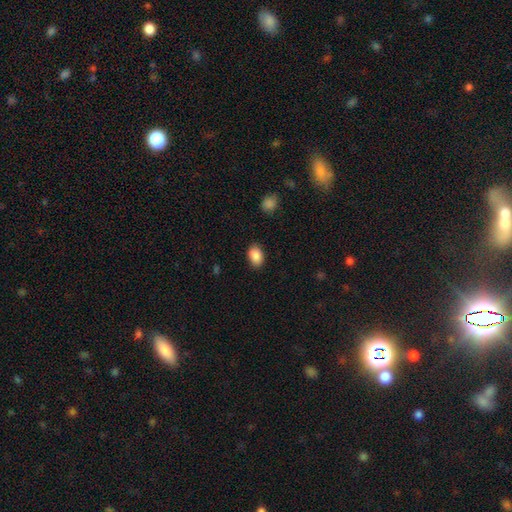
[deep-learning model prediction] smooth_or_featured: smooth (p=0.89) [alt: star or artifact p=0.08]
how_rounded: in between (p=0.82) [alt: round p=0.17]
merging: none (p=0.86) [alt: minor disturbance p=0.11]